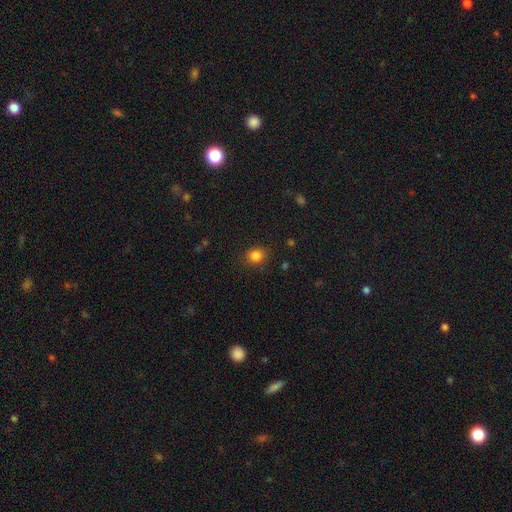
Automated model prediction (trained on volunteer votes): Q: Smooth or featured?
A: smooth (83%); runner-up: star or artifact (12%)
Q: How rounded?
A: round (66%); runner-up: in between (33%)
Q: Merging?
A: none (83%); runner-up: minor disturbance (12%)